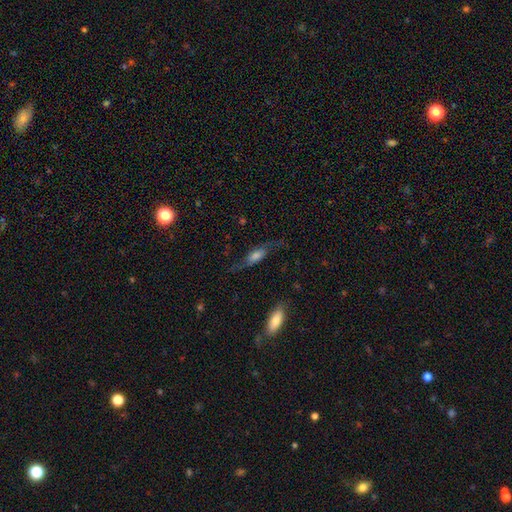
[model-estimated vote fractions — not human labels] Q: Smooth or featured?
A: featured or disk (58%); runner-up: smooth (33%)
Q: Edge-on disk?
A: no (63%); runner-up: yes (37%)
Q: Merging?
A: none (61%); runner-up: minor disturbance (20%)